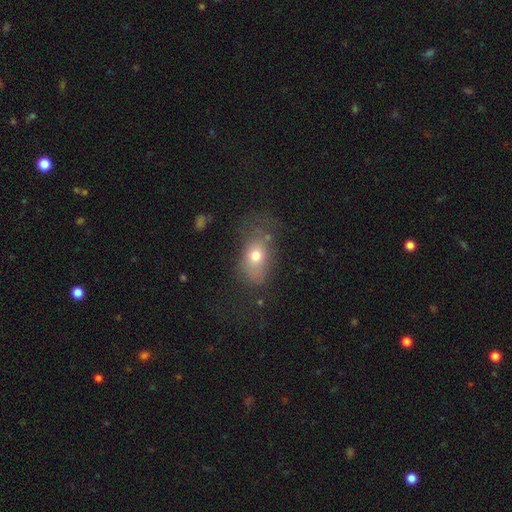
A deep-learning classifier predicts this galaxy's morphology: Q: Smooth or featured?
A: smooth (69%); runner-up: featured or disk (19%)
Q: How rounded?
A: in between (77%); runner-up: round (20%)
Q: Merging?
A: none (46%); runner-up: minor disturbance (26%)